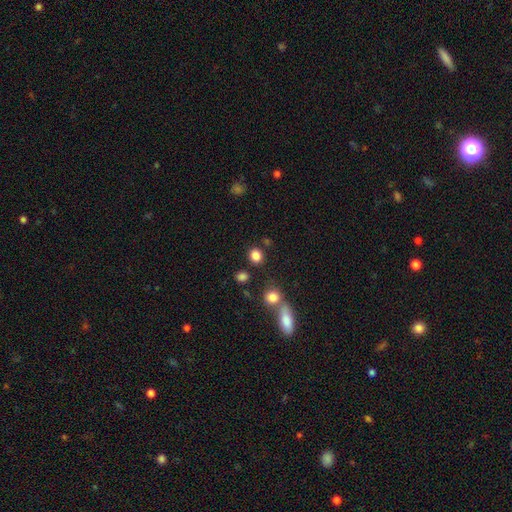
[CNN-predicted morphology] A smooth galaxy with no disk features (84%) that is round (71%).

Vote fractions:
- Smooth or featured? smooth: 84% / star or artifact: 12% / featured or disk: 5%
- How rounded? round: 71% / in between: 28% / cigar-shaped: 1%
- Merging? none: 77% / merger: 10% / minor disturbance: 9% / major disturbance: 4%